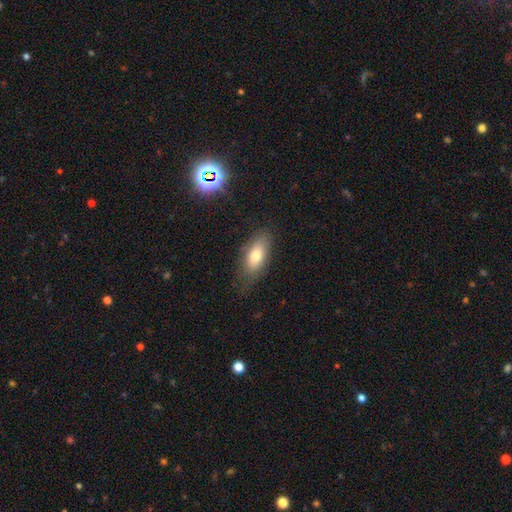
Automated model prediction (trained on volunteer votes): Smooth or featured? smooth (74%)
How rounded? in between (83%)
Merging? none (73%)